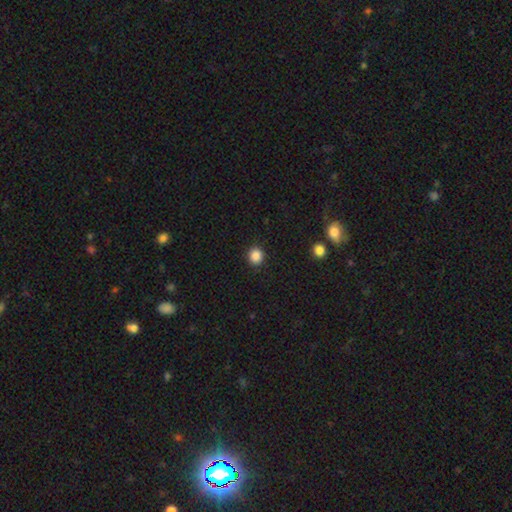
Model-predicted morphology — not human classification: The model was most divided on "how rounded": round: 85%, in between: 14%, cigar-shaped: 1%. More confident: merging — none (90%); smooth or featured — smooth (87%).